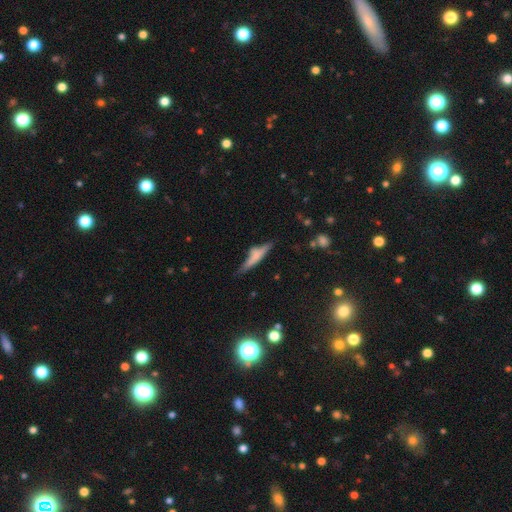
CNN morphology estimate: A smooth galaxy with no disk features (51%) that is cigar-shaped (81%). Merging: none (60%).